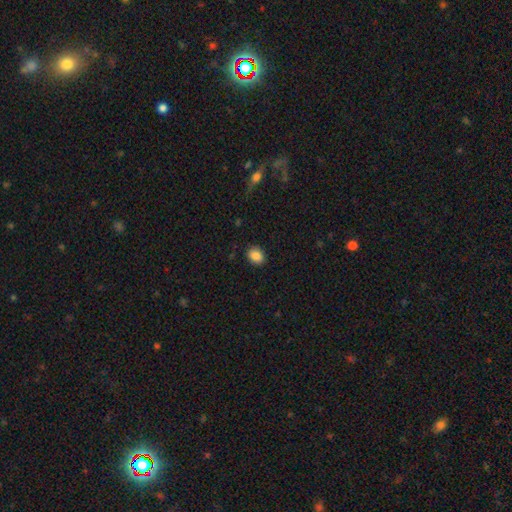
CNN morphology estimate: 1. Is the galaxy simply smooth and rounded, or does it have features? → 87% smooth, 9% star or artifact, 4% featured or disk.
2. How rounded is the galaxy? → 55% in between, 44% round, 1% cigar-shaped.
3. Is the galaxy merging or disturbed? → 87% none, 9% minor disturbance, 2% major disturbance, 1% merger.